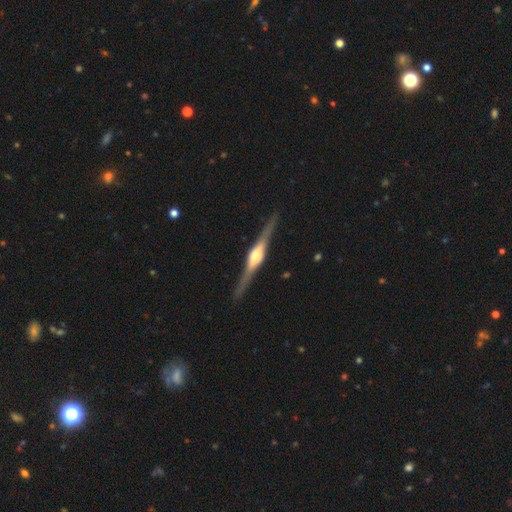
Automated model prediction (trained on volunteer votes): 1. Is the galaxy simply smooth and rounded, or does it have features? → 85% featured or disk, 11% smooth, 5% star or artifact.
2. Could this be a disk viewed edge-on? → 98% yes, 2% no.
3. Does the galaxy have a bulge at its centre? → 85% rounded, 13% boxy, 2% none.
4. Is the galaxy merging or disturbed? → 89% none, 8% minor disturbance, 2% major disturbance, 1% merger.